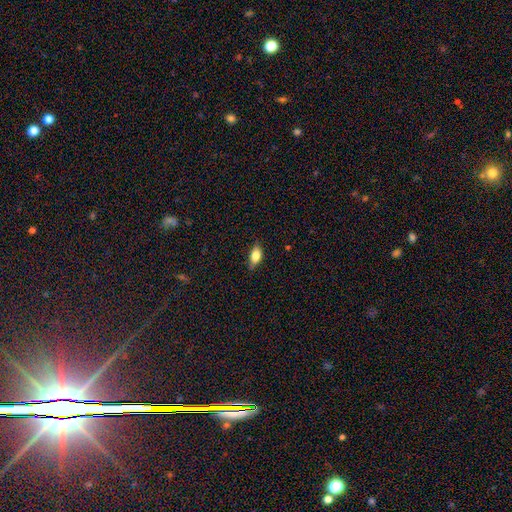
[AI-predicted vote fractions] Smooth or featured? smooth (75%)
How rounded? in between (83%)
Merging? none (74%)